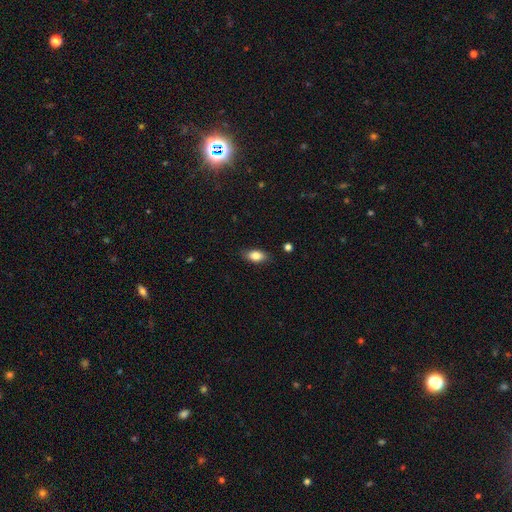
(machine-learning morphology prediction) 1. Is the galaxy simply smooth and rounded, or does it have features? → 83% smooth, 9% featured or disk, 8% star or artifact.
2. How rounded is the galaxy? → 88% in between, 6% round, 6% cigar-shaped.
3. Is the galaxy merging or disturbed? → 85% none, 11% minor disturbance, 2% major disturbance, 1% merger.